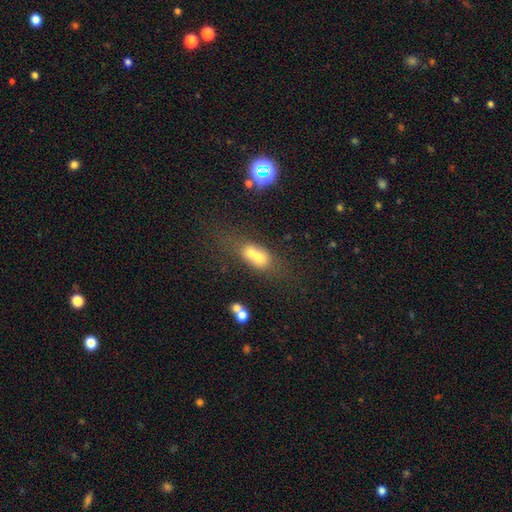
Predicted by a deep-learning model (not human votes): A smooth galaxy with no disk features (64%) that is in between round and cigar-shaped (74%). Merging: merger (55%).